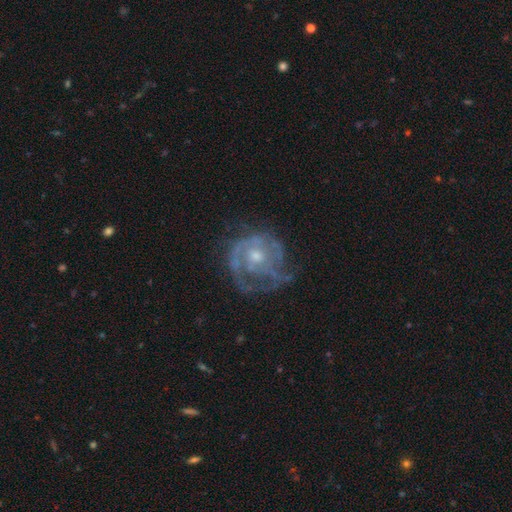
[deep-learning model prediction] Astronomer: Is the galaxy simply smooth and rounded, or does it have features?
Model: featured or disk — 80%.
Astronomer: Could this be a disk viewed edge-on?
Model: no — 97%.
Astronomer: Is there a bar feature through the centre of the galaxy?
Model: no — 79%.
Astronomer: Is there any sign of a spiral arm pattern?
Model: yes — 81%.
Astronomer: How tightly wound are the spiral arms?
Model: tight — 57%.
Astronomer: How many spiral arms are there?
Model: can't tell — 39% (runner-up: 2, 21%).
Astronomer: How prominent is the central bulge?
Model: moderate — 57% (runner-up: small, 37%).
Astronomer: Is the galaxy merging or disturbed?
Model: none — 56%.